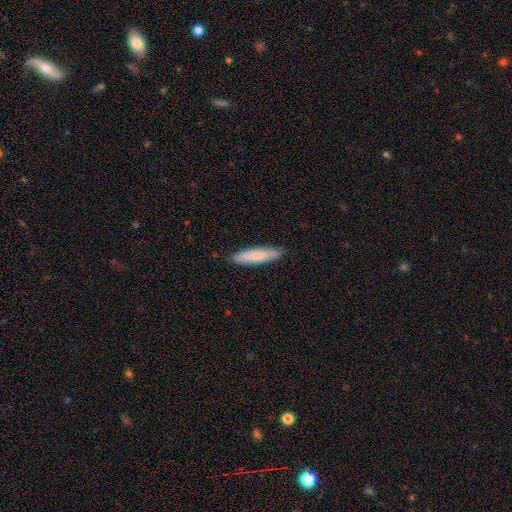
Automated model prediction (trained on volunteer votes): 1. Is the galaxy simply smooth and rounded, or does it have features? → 80% smooth, 15% featured or disk, 5% star or artifact.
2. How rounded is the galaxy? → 86% cigar-shaped, 13% in between, 1% round.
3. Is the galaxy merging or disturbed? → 89% none, 8% minor disturbance, 1% major disturbance, 1% merger.